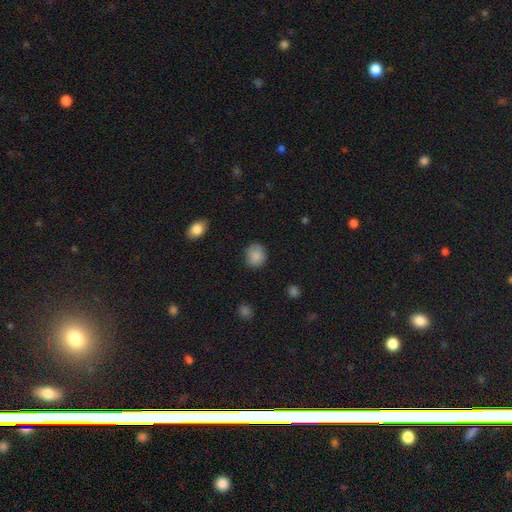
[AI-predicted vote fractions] Overall: smooth (87%). How rounded: round (72%). Merging: none (81%).